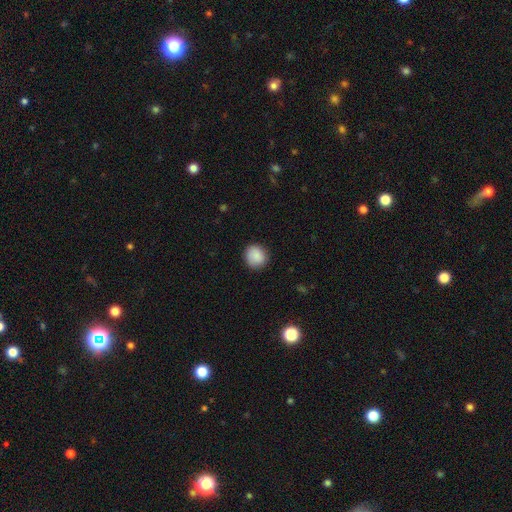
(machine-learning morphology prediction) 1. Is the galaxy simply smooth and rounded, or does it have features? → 88% smooth, 8% star or artifact, 4% featured or disk.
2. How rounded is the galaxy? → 88% round, 11% in between, 1% cigar-shaped.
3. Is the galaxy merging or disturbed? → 87% none, 9% minor disturbance, 2% major disturbance, 1% merger.